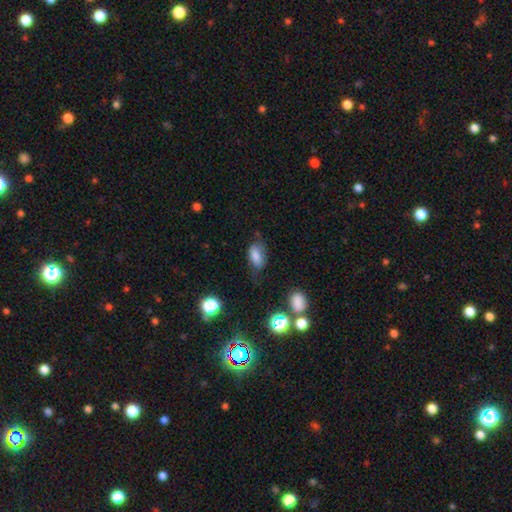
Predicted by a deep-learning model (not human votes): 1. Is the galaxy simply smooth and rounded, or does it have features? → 75% smooth, 14% featured or disk, 11% star or artifact.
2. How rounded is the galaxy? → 90% in between, 7% round, 3% cigar-shaped.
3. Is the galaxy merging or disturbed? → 52% none, 31% minor disturbance, 13% major disturbance, 3% merger.